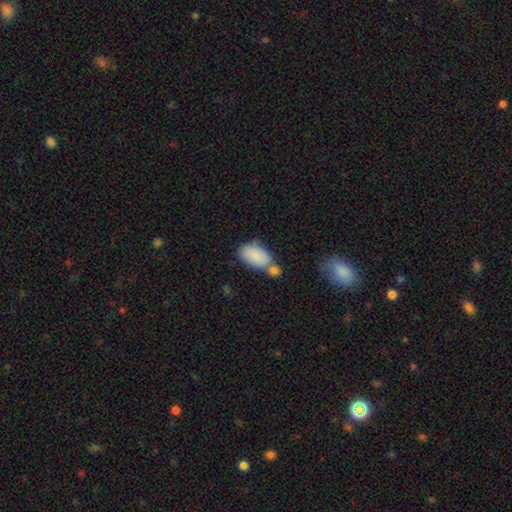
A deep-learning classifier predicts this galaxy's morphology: Smooth or featured? smooth (85%)
How rounded? in between (94%)
Merging? none (42%)